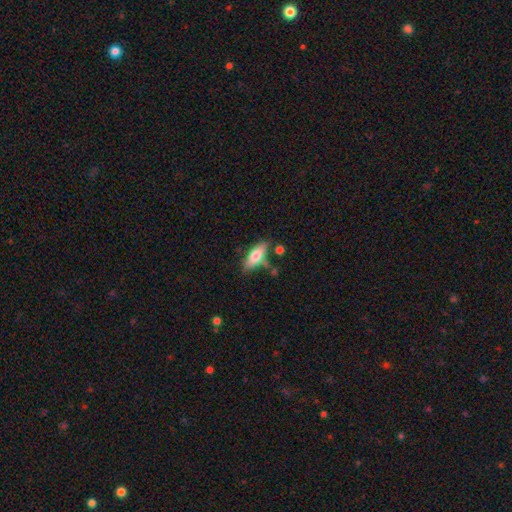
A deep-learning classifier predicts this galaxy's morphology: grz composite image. It shows a smooth galaxy with no disk features (70%) that is in between round and cigar-shaped (68%). Merging: none (62%).